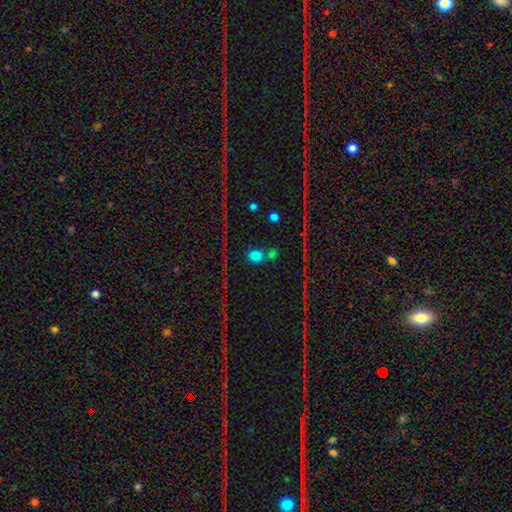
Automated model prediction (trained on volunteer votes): Smooth or featured: smooth — 62% (star or artifact — 29%)
How rounded: round — 81% (in between — 16%)
Merging: none — 64% (merger — 18%)